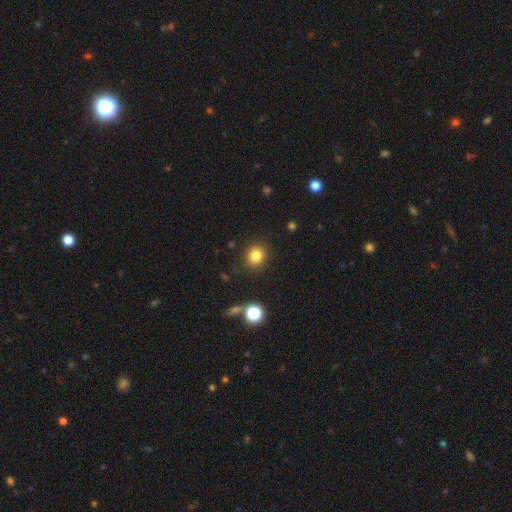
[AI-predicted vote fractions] smooth 82%, star or artifact 12%, featured or disk 6%. Down the decision tree: how rounded — round (82%); merging — none (88%).